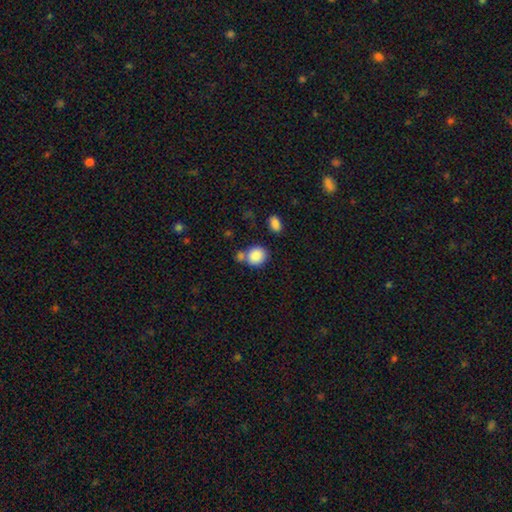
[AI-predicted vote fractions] Overall: smooth (87%). How rounded: round (77%). Merging: none (59%; merger 25%).